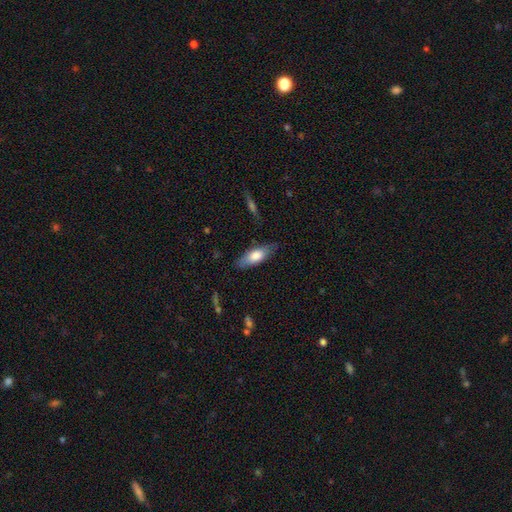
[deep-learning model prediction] A smooth galaxy with no disk features (71%) that is in between round and cigar-shaped (71%). Merging: none (74%).